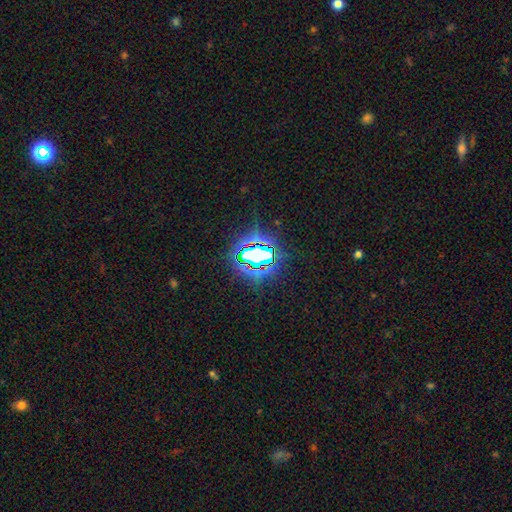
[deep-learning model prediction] This is likely a star or artifact rather than a galaxy (75%).